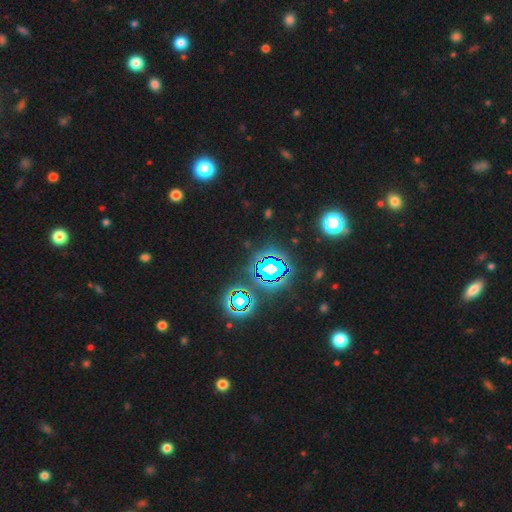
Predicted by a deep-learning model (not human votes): smooth-or-featured: star or artifact: 81% | smooth: 12% | featured or disk: 7%